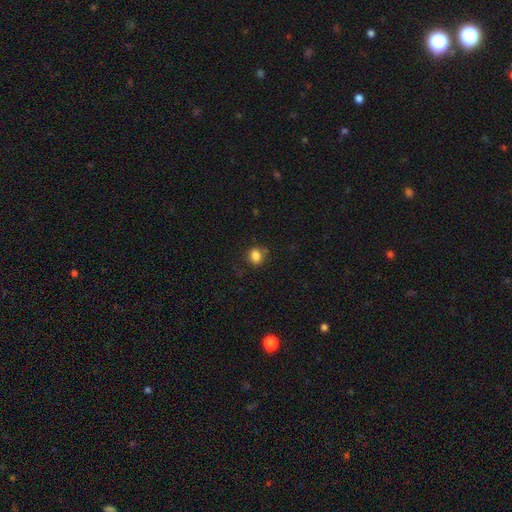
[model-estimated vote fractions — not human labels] smooth_or_featured: smooth (p=0.83) [alt: star or artifact p=0.11]
how_rounded: round (p=0.50) [alt: in between p=0.49]
merging: none (p=0.71) [alt: minor disturbance p=0.19]